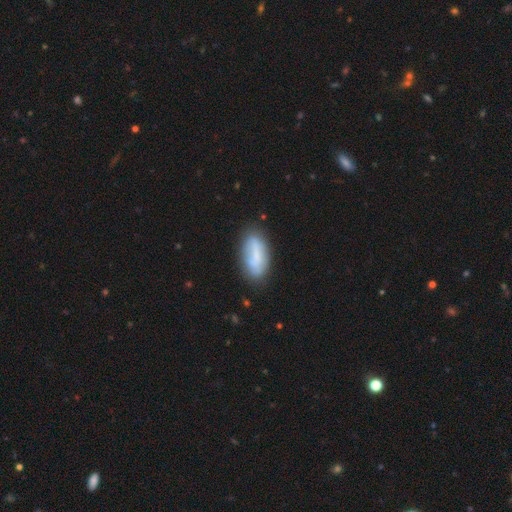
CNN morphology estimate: Overall: smooth (64%; featured or disk 28%). How rounded: in between (84%). Merging: none (70%).